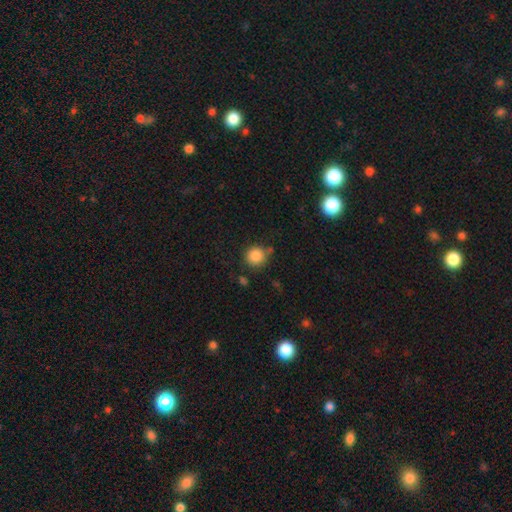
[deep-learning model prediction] Smooth or featured?
  - smooth: 86% *
  - star or artifact: 10%
  - featured or disk: 4%
How rounded?
  - round: 92% *
  - in between: 7%
  - cigar-shaped: 1%
Merging?
  - none: 77% *
  - minor disturbance: 13%
  - merger: 6%
  - major disturbance: 4%